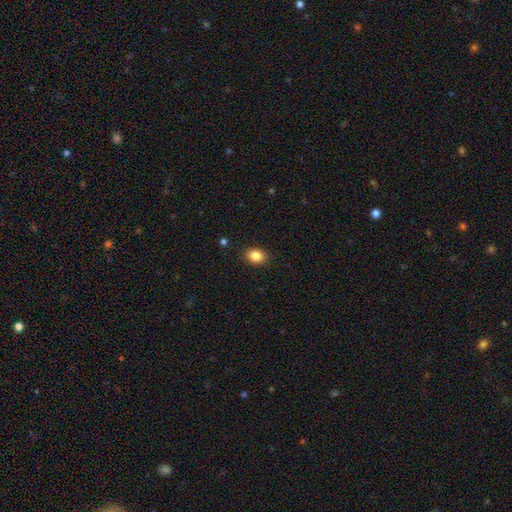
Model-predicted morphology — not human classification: Q: Smooth or featured?
A: smooth (86%); runner-up: star or artifact (9%)
Q: How rounded?
A: in between (65%); runner-up: round (34%)
Q: Merging?
A: none (88%); runner-up: minor disturbance (9%)